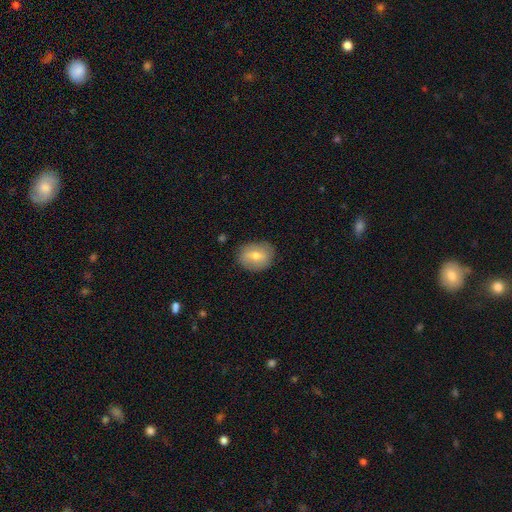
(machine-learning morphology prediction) Smooth or featured? smooth (59%)
How rounded? in between (55%)
Merging? none (83%)